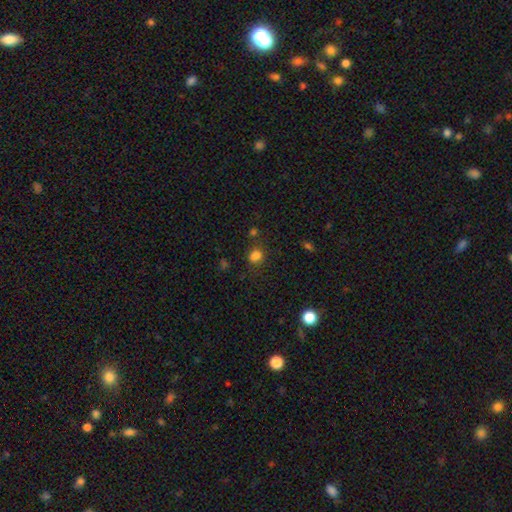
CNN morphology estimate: Overall: smooth (77%). How rounded: round (62%; in between 37%). Merging: none (67%).